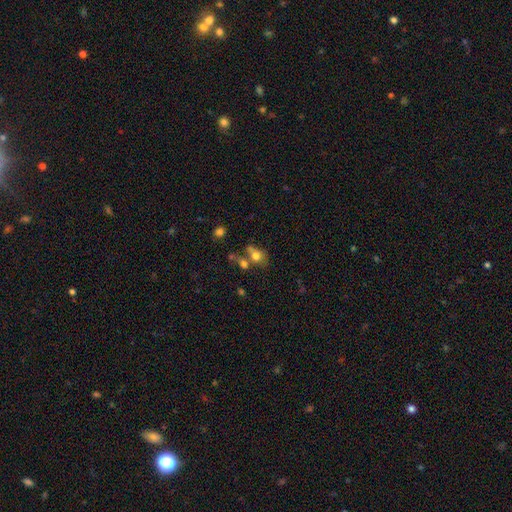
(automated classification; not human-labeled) A smooth galaxy with no disk features (71%) that is round (53%).

Vote fractions:
- Smooth or featured? smooth: 71% / featured or disk: 16% / star or artifact: 13%
- How rounded? round: 53% / in between: 45% / cigar-shaped: 2%
- Merging? merger: 41% / none: 37% / minor disturbance: 14% / major disturbance: 8%